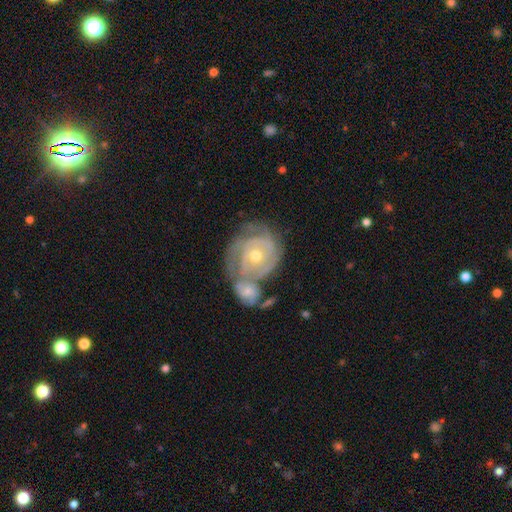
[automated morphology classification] Smooth or featured?
  - featured or disk: 83% *
  - smooth: 11%
  - star or artifact: 5%
Edge-on disk?
  - no: 97% *
  - yes: 3%
Bar?
  - no: 78% *
  - weak: 18%
  - strong: 4%
Spiral arms?
  - yes: 91% *
  - no: 9%
Spiral winding?
  - tight: 76% *
  - medium: 19%
  - loose: 5%
Spiral arm count?
  - can't tell: 38% *
  - 2: 23%
  - 3: 22%
  - 4: 7%
  - 1: 6%
  - more than 4: 4%
Bulge size?
  - moderate: 56% *
  - small: 40%
  - large: 2%
  - none: 1%
  - dominant: 1%
Merging?
  - merger: 47% *
  - none: 29%
  - minor disturbance: 14%
  - major disturbance: 10%